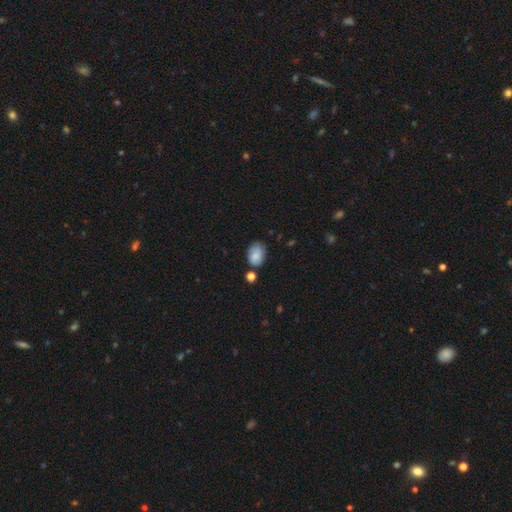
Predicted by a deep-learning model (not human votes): smooth 73%, featured or disk 18%, star or artifact 9%. Down the decision tree: how rounded — in between (76%); merging — none (59%).